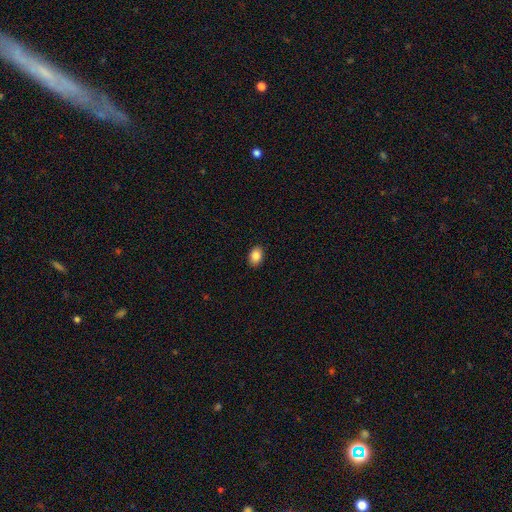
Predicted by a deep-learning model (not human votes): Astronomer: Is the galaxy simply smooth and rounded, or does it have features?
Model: smooth — 87%.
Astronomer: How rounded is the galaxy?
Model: in between — 79%.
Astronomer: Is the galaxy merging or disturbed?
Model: none — 90%.